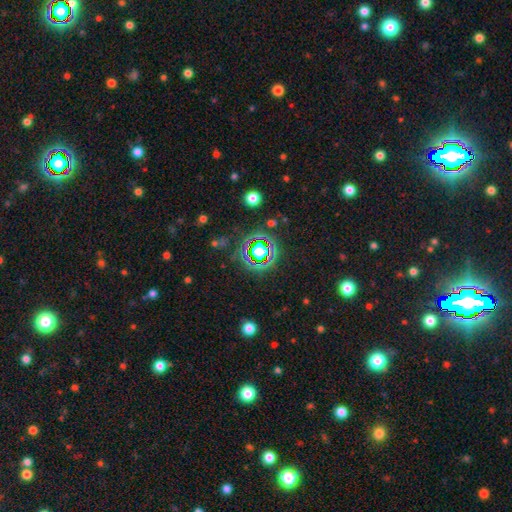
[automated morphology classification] The model was most divided on "smooth or featured": star or artifact: 70%, smooth: 18%, featured or disk: 12%.